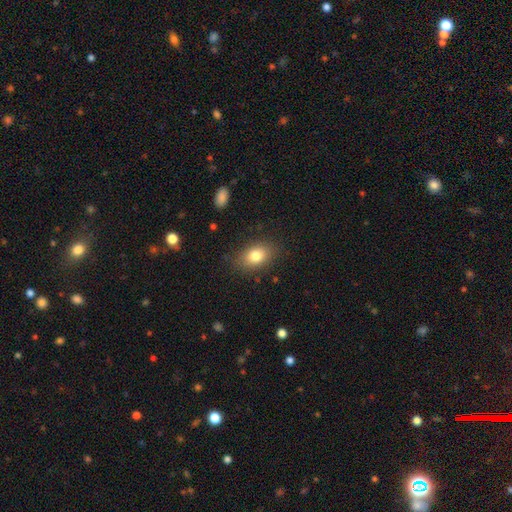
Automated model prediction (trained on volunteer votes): Morphology: type=smooth (80%); roundness=in between (79%); merging=none (84%).